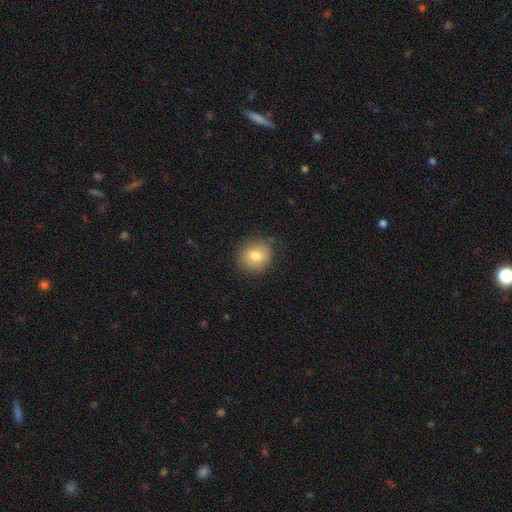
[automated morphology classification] smooth-or-featured: smooth: 76% | featured or disk: 14% | star or artifact: 9%
  how-rounded: round: 85% | in between: 15% | cigar-shaped: 1%
  merging: none: 84% | minor disturbance: 12% | major disturbance: 3% | merger: 1%